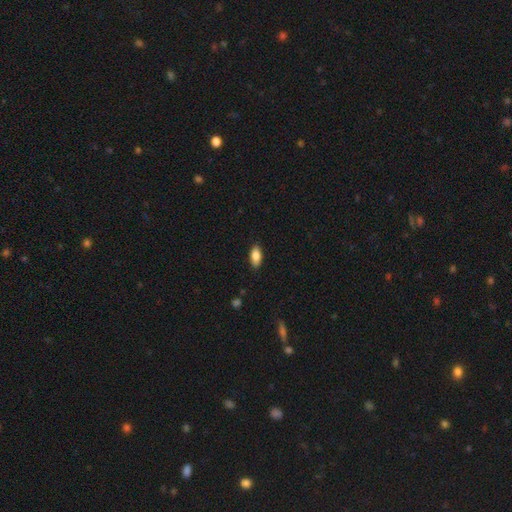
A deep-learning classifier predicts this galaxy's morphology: smooth 84%, featured or disk 9%, star or artifact 7%. Down the decision tree: how rounded — in between (88%); merging — none (87%).